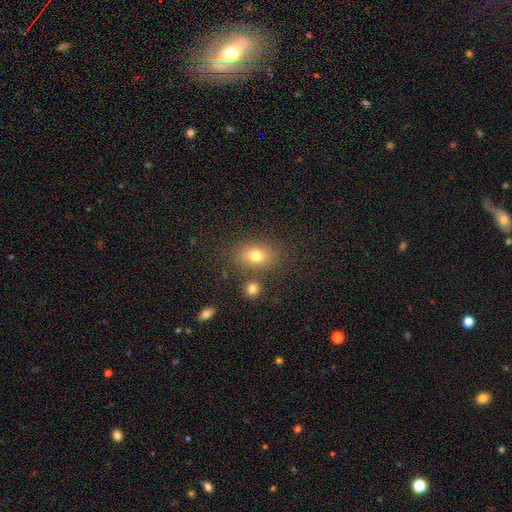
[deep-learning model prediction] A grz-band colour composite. It shows a smooth galaxy with no disk features (76%) that is in between round and cigar-shaped (74%). Merging: none (76%).